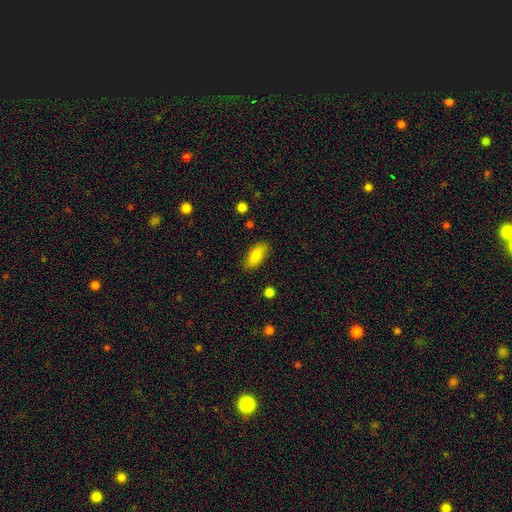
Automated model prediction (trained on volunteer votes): The model was most divided on "smooth or featured": smooth: 81%, featured or disk: 11%, star or artifact: 7%. More confident: how rounded — in between (86%); merging — none (85%).